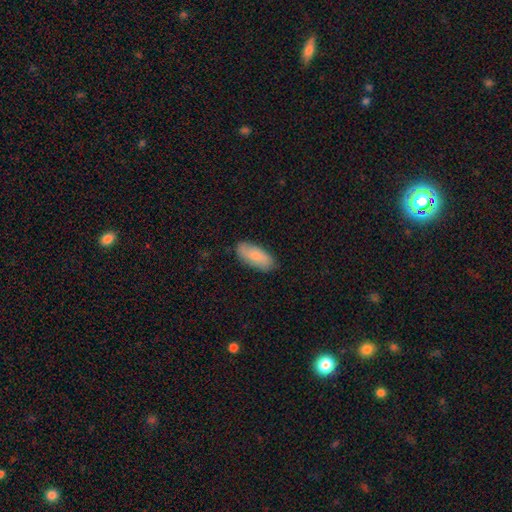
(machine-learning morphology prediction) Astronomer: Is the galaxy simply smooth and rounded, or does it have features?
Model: smooth — 80%.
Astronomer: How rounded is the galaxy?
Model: in between — 84%.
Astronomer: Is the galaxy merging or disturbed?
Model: none — 85%.